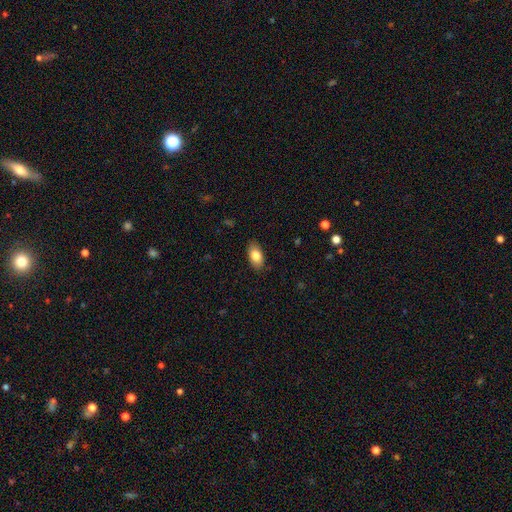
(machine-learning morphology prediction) Smooth or featured? smooth (83%)
How rounded? in between (92%)
Merging? none (86%)